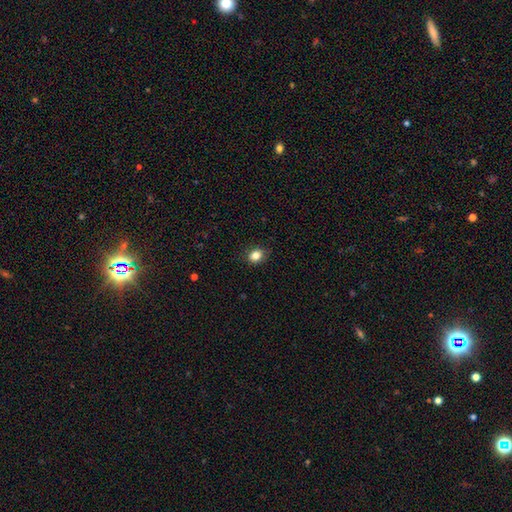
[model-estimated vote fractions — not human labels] smooth-or-featured: smooth: 84% | star or artifact: 11% | featured or disk: 6%
  how-rounded: round: 54% | in between: 45% | cigar-shaped: 1%
  merging: none: 86% | minor disturbance: 11% | major disturbance: 2% | merger: 1%